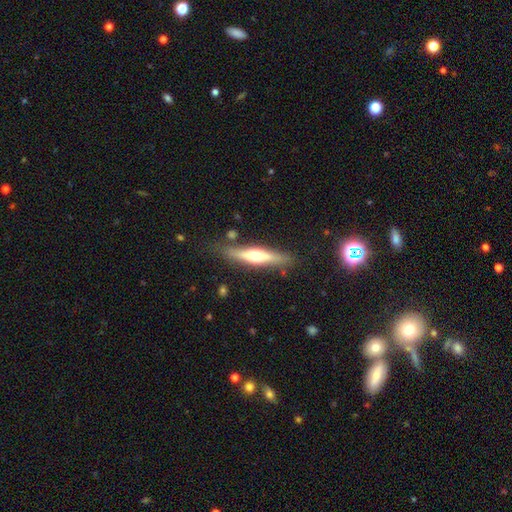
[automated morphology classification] type=featured or disk (56%); edge-on=yes (91%); edge-on bulge=rounded (90%); merging=none (79%).